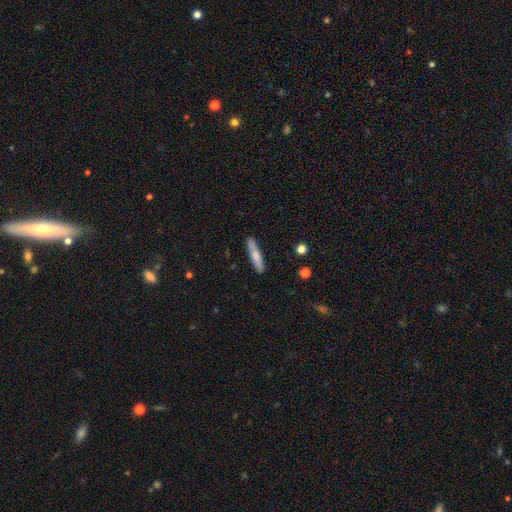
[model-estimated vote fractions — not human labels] A smooth galaxy with no disk features (71%) that is cigar-shaped (88%).

Vote fractions:
- Smooth or featured? smooth: 71% / featured or disk: 23% / star or artifact: 6%
- How rounded? cigar-shaped: 88% / in between: 11% / round: 2%
- Merging? none: 85% / minor disturbance: 11% / major disturbance: 2% / merger: 2%